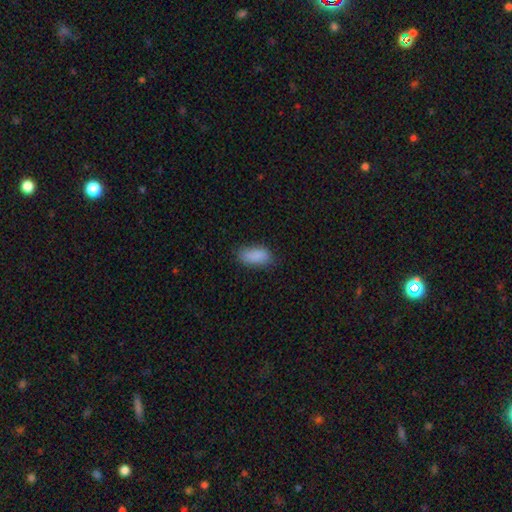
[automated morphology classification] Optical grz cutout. It shows a smooth galaxy with no disk features (88%) that is in between round and cigar-shaped (90%). Merging: none (78%).